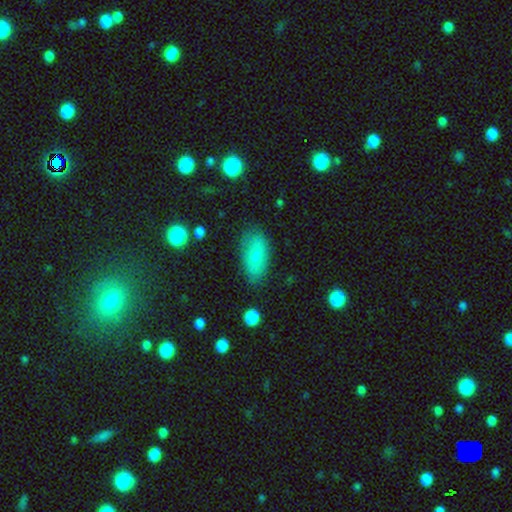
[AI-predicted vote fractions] Overall: smooth (73%). How rounded: in between (90%). Merging: none (79%).